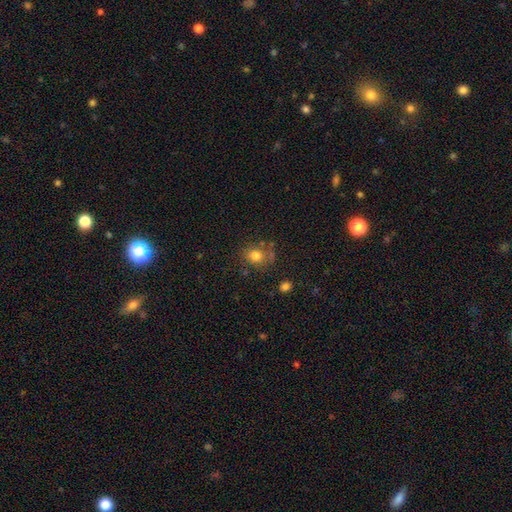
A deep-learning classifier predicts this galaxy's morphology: smooth_or_featured: smooth (p=0.78) [alt: star or artifact p=0.13]
how_rounded: round (p=0.72) [alt: in between p=0.27]
merging: none (p=0.66) [alt: minor disturbance p=0.17]